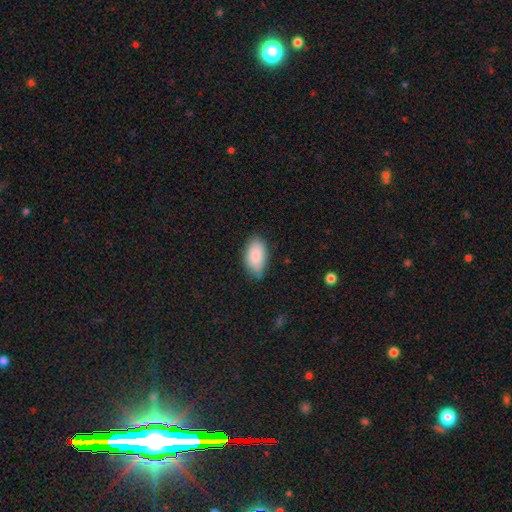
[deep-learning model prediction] A smooth galaxy with no disk features (86%) that is in between round and cigar-shaped (94%).

Vote fractions:
- Smooth or featured? smooth: 86% / featured or disk: 7% / star or artifact: 7%
- How rounded? in between: 94% / round: 3% / cigar-shaped: 3%
- Merging? none: 74% / minor disturbance: 21% / major disturbance: 3% / merger: 1%